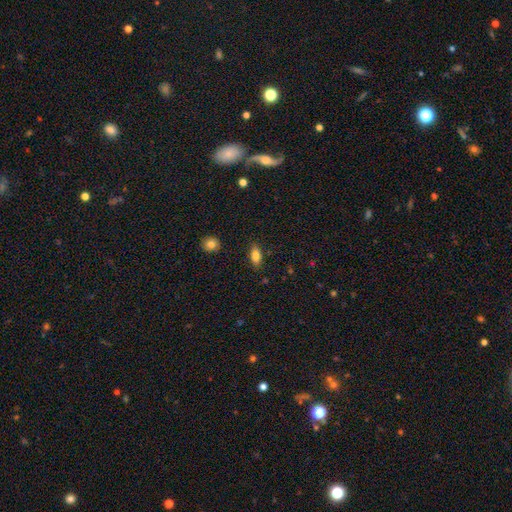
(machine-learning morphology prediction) A smooth galaxy with no disk features (83%) that is in between round and cigar-shaped (88%). Merging: none (86%).